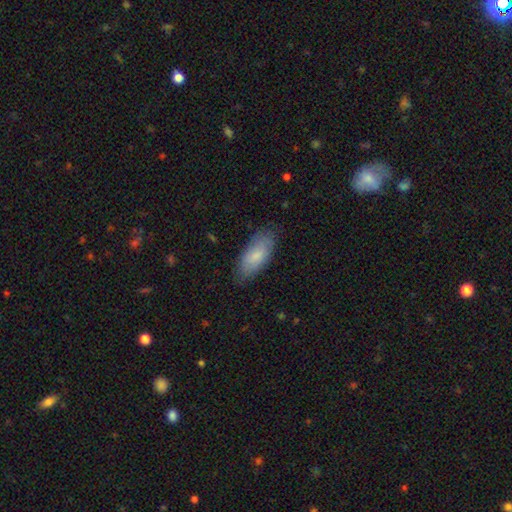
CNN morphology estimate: smooth_or_featured: smooth (p=0.81) [alt: featured or disk p=0.14]
how_rounded: in between (p=0.82) [alt: cigar-shaped p=0.16]
merging: none (p=0.81) [alt: minor disturbance p=0.15]